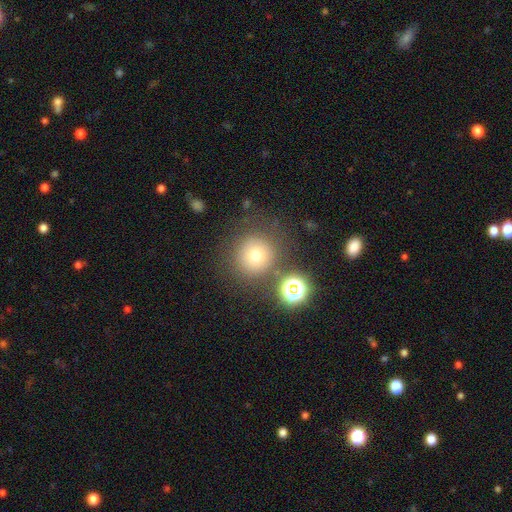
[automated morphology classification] A smooth galaxy with no disk features (71%) that is round (94%). Merging: none (78%).